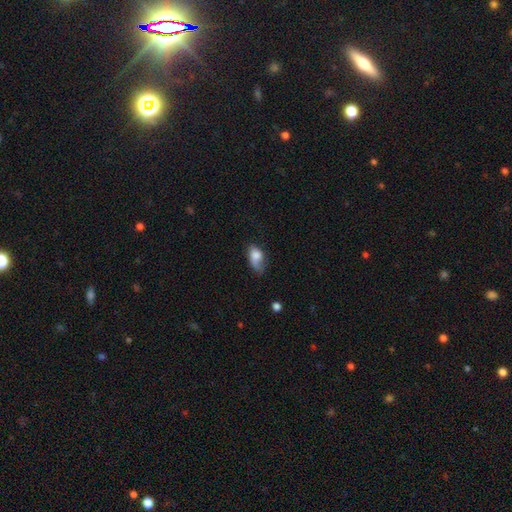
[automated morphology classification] Smooth or featured? smooth (75%)
How rounded? in between (87%)
Merging? minor disturbance (39%)